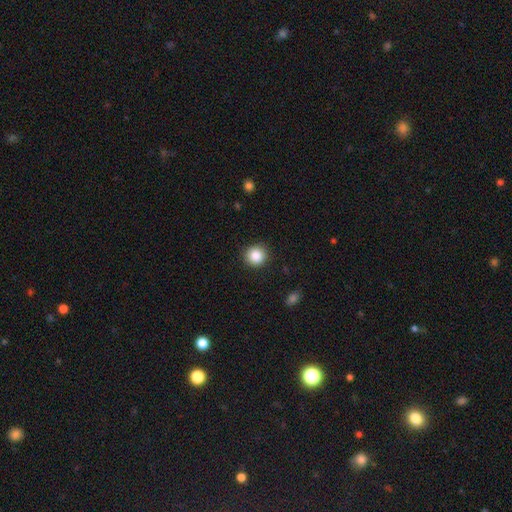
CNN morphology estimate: A smooth galaxy with no disk features (87%) that is round (93%). Merging: none (90%).